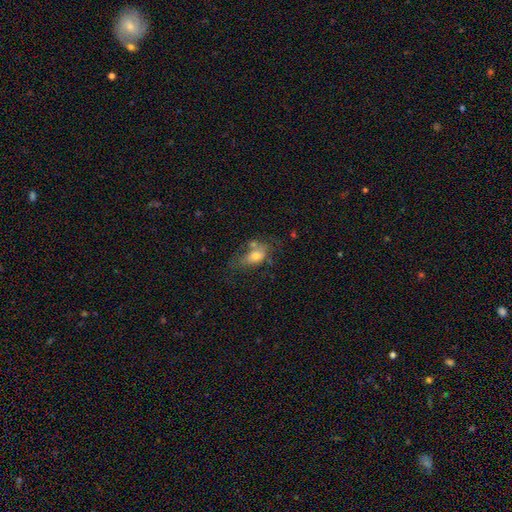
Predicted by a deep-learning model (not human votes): Q: Smooth or featured?
A: smooth (61%); runner-up: featured or disk (29%)
Q: How rounded?
A: in between (84%); runner-up: round (11%)
Q: Merging?
A: none (37%); runner-up: minor disturbance (25%)